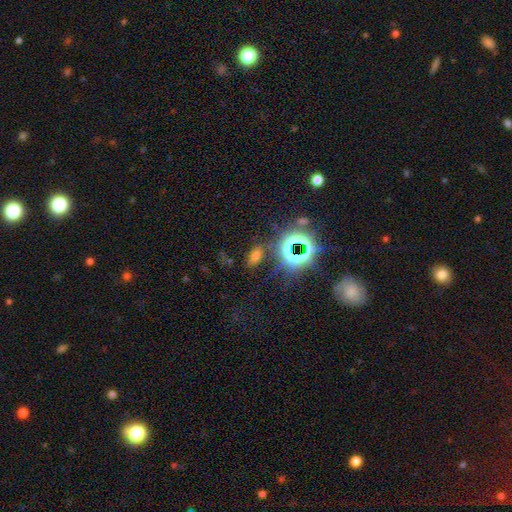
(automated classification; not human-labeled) This appears to be a smooth galaxy with no disk features (50%) that is in between round and cigar-shaped (82%). Merging: none (71%).